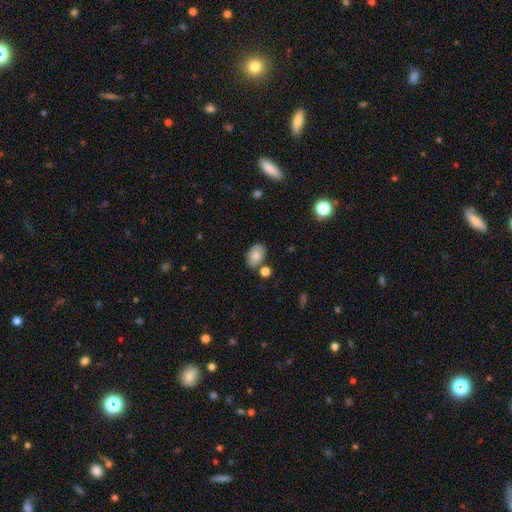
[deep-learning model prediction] Smooth or featured: smooth — 84% (featured or disk — 8%)
How rounded: in between — 85% (round — 14%)
Merging: none — 74% (minor disturbance — 14%)